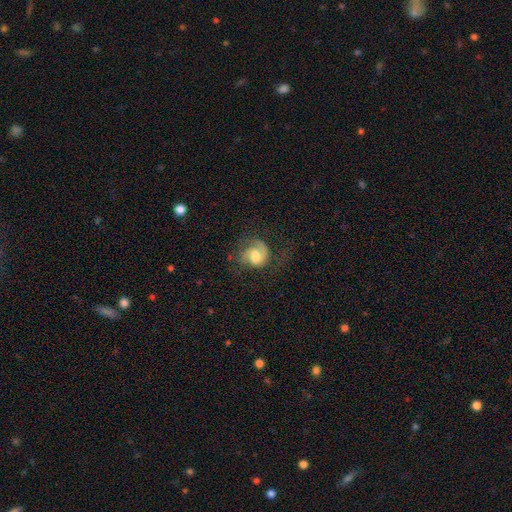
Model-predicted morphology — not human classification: Smooth or featured? Predicted: featured or disk (p=0.60). Edge-on disk? Predicted: no (p=0.97). Bar? Predicted: no (p=0.46). Spiral arms? Predicted: yes (p=0.86). Spiral winding? Predicted: medium (p=0.43). Spiral arm count? Predicted: 2 (p=0.43). Bulge size? Predicted: moderate (p=0.46). Merging? Predicted: none (p=0.47).